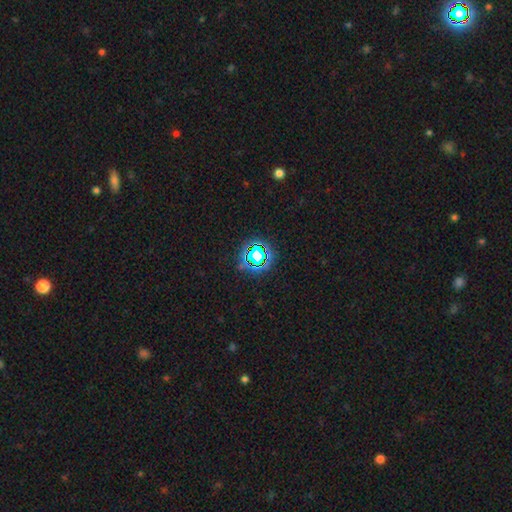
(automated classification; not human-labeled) Smooth or featured? Predicted: star or artifact (p=0.69).